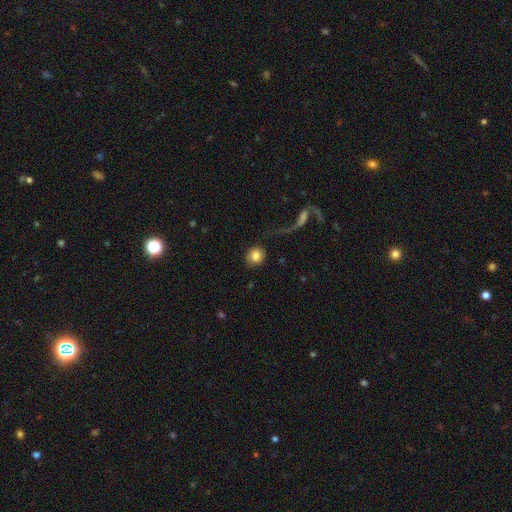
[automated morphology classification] type=smooth (82%); roundness=round (90%); merging=none (79%).